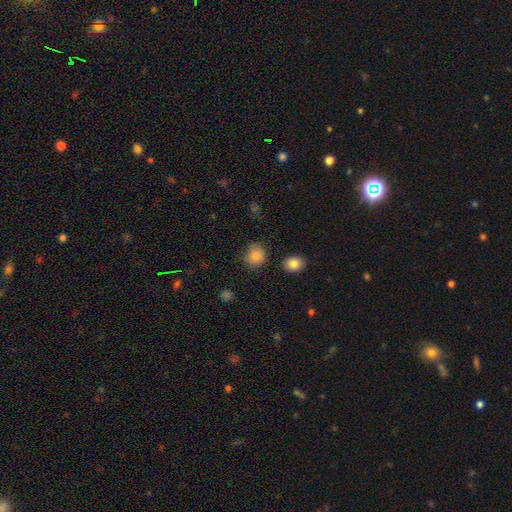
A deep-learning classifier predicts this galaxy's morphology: A smooth galaxy with no disk features (85%) that is round (81%). Merging: none (79%).